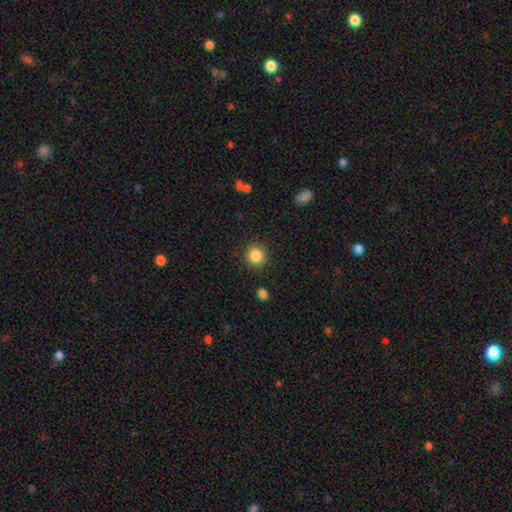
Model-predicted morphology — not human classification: Overall: smooth (86%). How rounded: round (91%). Merging: none (89%).